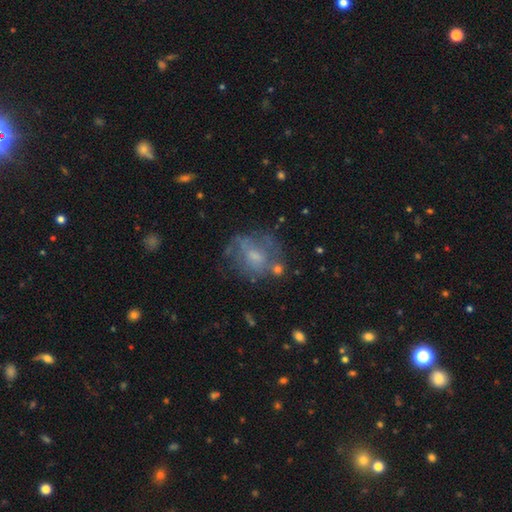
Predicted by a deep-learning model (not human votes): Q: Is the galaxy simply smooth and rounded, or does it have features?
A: featured or disk — 47%.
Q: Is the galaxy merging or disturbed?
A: none — 52%.